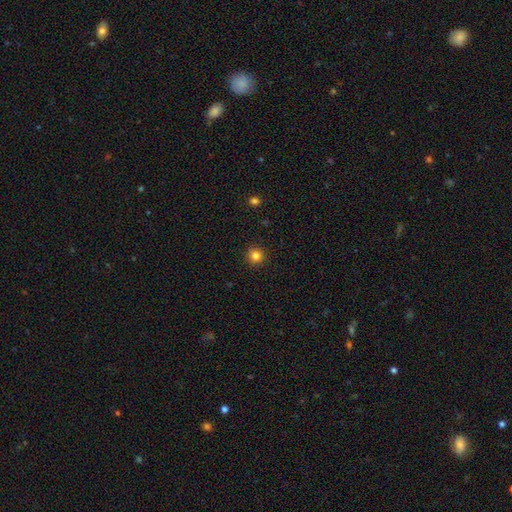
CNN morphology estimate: Smooth or featured?
  - smooth: 83% *
  - star or artifact: 12%
  - featured or disk: 4%
How rounded?
  - round: 94% *
  - in between: 6%
  - cigar-shaped: 1%
Merging?
  - none: 91% *
  - minor disturbance: 6%
  - major disturbance: 2%
  - merger: 1%